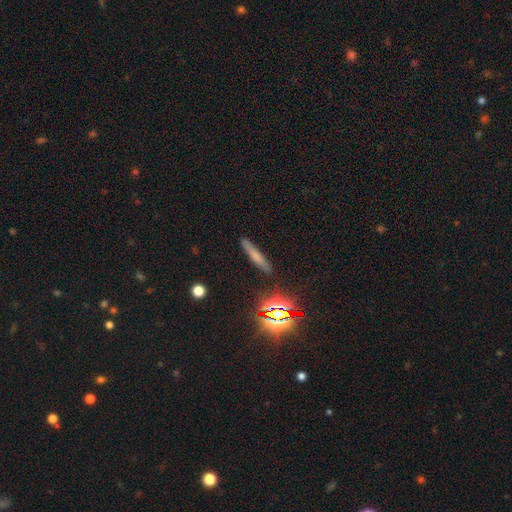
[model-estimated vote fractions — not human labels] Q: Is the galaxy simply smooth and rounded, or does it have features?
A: smooth — 61%.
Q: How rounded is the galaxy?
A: cigar-shaped — 90%.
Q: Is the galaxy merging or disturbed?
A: none — 85%.